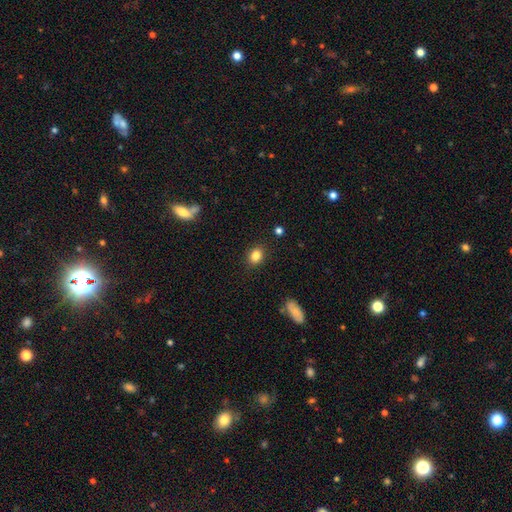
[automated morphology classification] Smooth or featured? Predicted: smooth (p=0.84). How rounded? Predicted: round (p=0.50). Merging? Predicted: none (p=0.88).